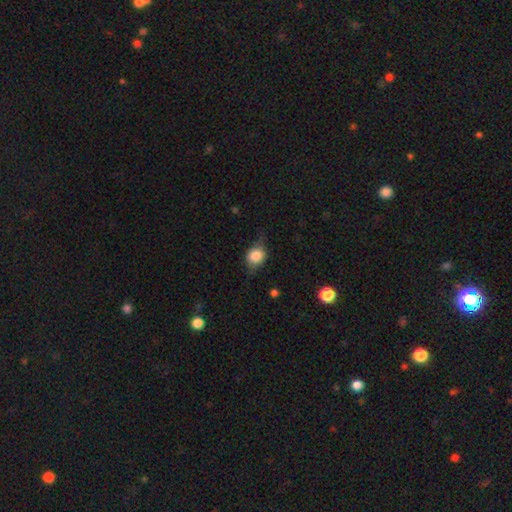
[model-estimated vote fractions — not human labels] This is likely a smooth galaxy (75%). How rounded: likely round (61%). Merging: possibly none (58%).